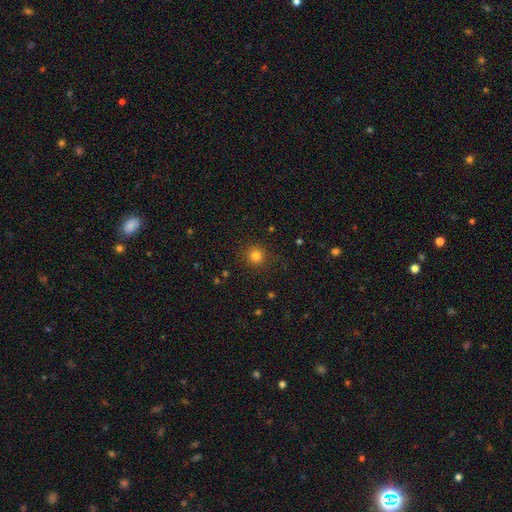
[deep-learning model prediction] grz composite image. It shows a smooth galaxy with no disk features (80%) that is round (93%). Merging: none (89%).